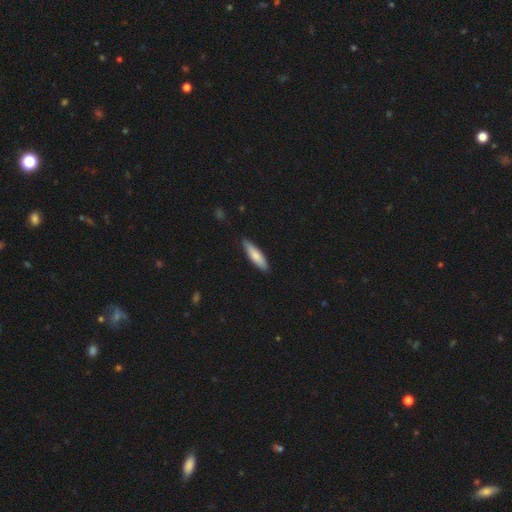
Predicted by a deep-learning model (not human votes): Smooth or featured? smooth (77%)
How rounded? cigar-shaped (66%)
Merging? none (87%)